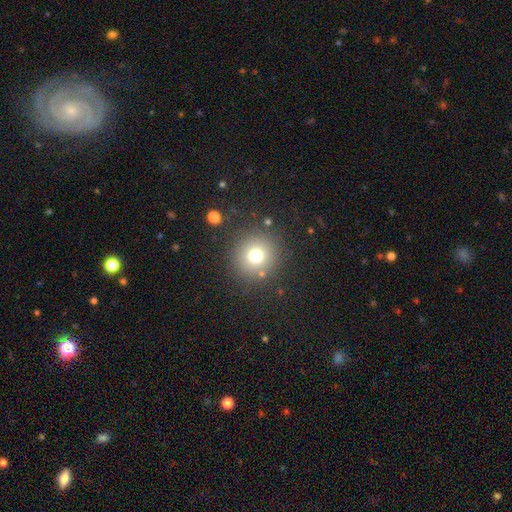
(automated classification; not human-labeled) Smooth or featured?
  - smooth: 74% *
  - star or artifact: 16%
  - featured or disk: 11%
How rounded?
  - round: 93% *
  - in between: 6%
  - cigar-shaped: 1%
Merging?
  - none: 85% *
  - minor disturbance: 8%
  - major disturbance: 4%
  - merger: 3%